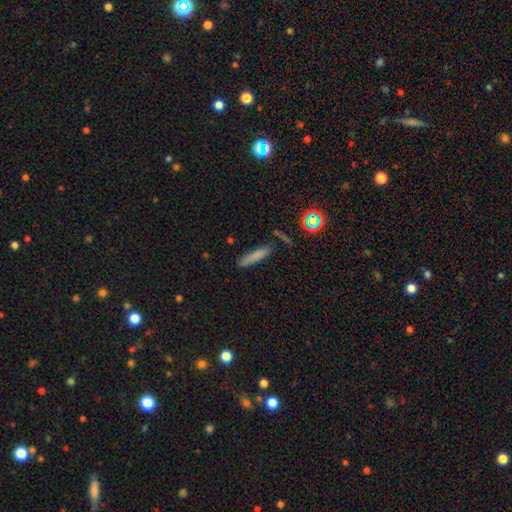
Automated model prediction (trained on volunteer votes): Smooth or featured? smooth (75%)
How rounded? cigar-shaped (88%)
Merging? none (79%)